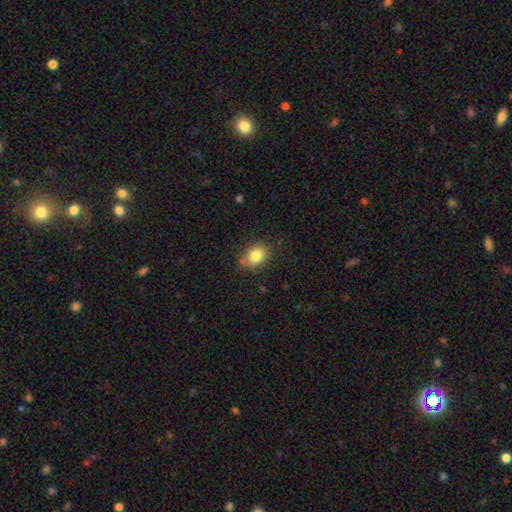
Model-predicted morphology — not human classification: A smooth galaxy with no disk features (82%) that is in between round and cigar-shaped (65%).

Vote fractions:
- Smooth or featured? smooth: 82% / star or artifact: 9% / featured or disk: 8%
- How rounded? in between: 65% / round: 34% / cigar-shaped: 1%
- Merging? none: 75% / minor disturbance: 19% / major disturbance: 4% / merger: 2%